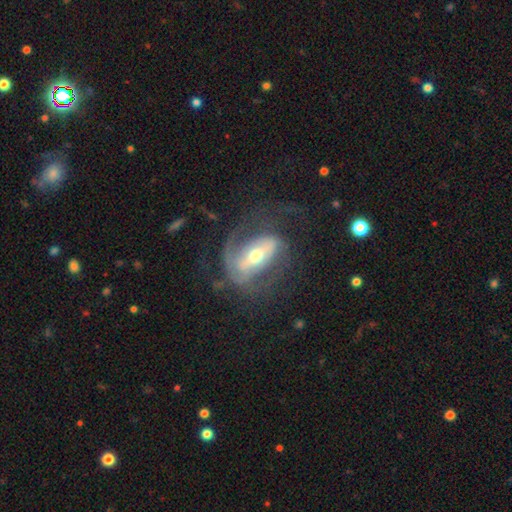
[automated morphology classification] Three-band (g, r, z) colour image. It shows a featured or disk galaxy (82%) with a strong bar (54%), 2 (60%) medium (45%) spiral arms (86%) and a moderate central bulge (58%). Merging: none (51%).